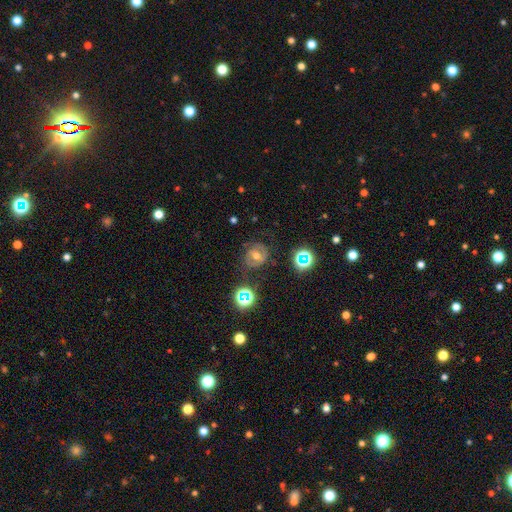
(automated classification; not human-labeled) A featured or disk galaxy (48%).

Vote fractions:
- Smooth or featured? featured or disk: 48% / smooth: 31% / star or artifact: 21%
- Merging? none: 72% / minor disturbance: 17% / major disturbance: 8% / merger: 3%